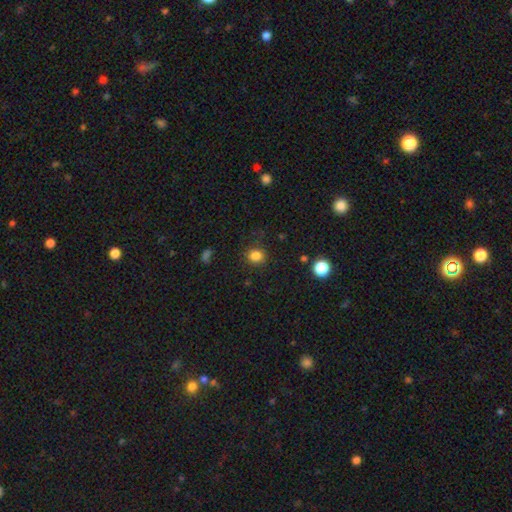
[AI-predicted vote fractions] smooth-or-featured: smooth: 83% | star or artifact: 12% | featured or disk: 4%
  how-rounded: round: 80% | in between: 19% | cigar-shaped: 1%
  merging: none: 86% | minor disturbance: 9% | major disturbance: 3% | merger: 2%